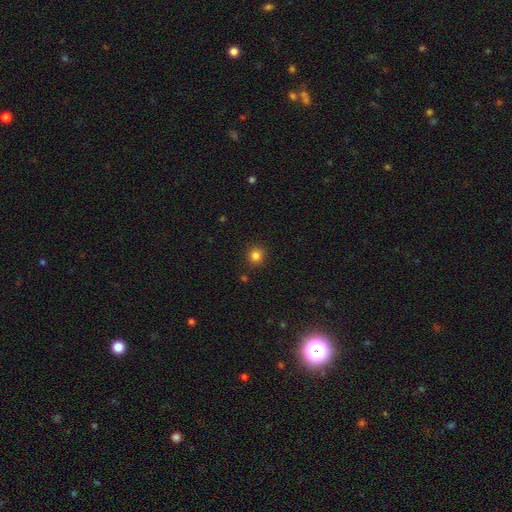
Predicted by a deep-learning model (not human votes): smooth 83%, star or artifact 13%, featured or disk 4%. Down the decision tree: how rounded — round (91%); merging — none (90%).